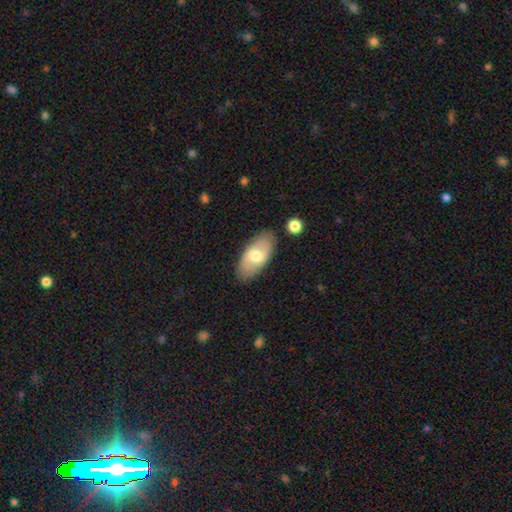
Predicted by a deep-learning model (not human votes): Smooth or featured? smooth (61%)
How rounded? in between (91%)
Merging? none (84%)